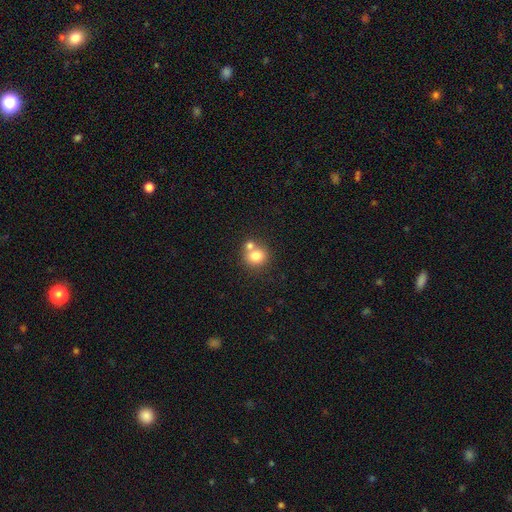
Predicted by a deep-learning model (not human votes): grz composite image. It shows a smooth galaxy with no disk features (78%) that is round (83%). Merging: none (50%).